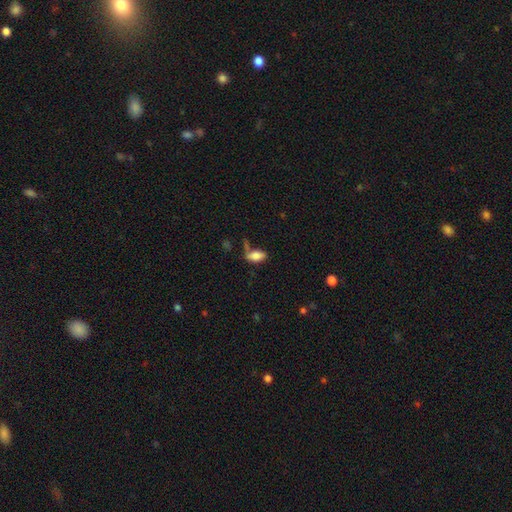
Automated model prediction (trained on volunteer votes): Smooth or featured?
  - smooth: 81% *
  - featured or disk: 11%
  - star or artifact: 8%
How rounded?
  - in between: 90% *
  - cigar-shaped: 6%
  - round: 4%
Merging?
  - none: 49% *
  - minor disturbance: 24%
  - merger: 16%
  - major disturbance: 12%